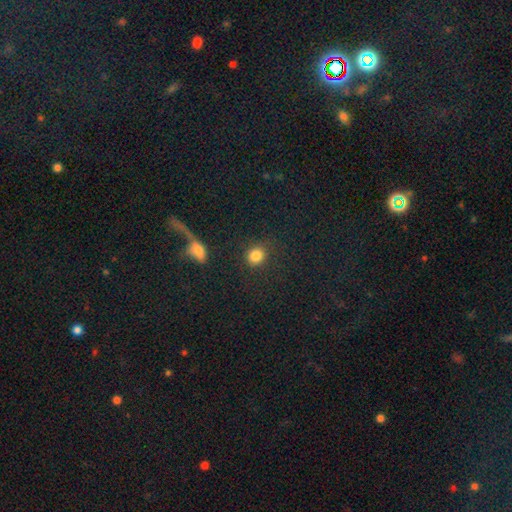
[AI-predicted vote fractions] Smooth or featured? Predicted: smooth (p=0.84). How rounded? Predicted: round (p=0.81). Merging? Predicted: none (p=0.84).